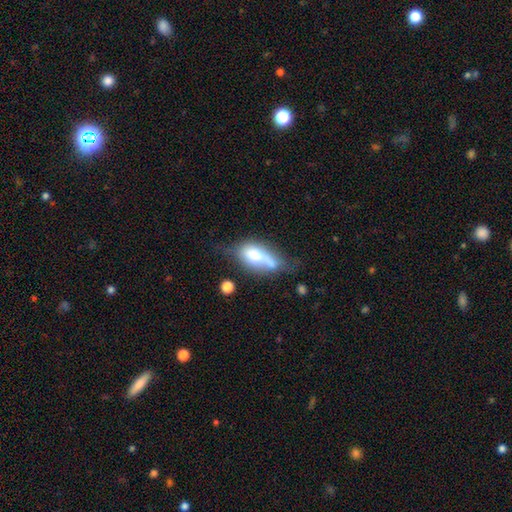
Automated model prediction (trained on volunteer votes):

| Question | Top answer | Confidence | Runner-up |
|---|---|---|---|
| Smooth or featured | smooth | 60% | featured or disk (32%) |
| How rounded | in between | 82% | cigar-shaped (13%) |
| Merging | none | 28% | minor disturbance (27%) |